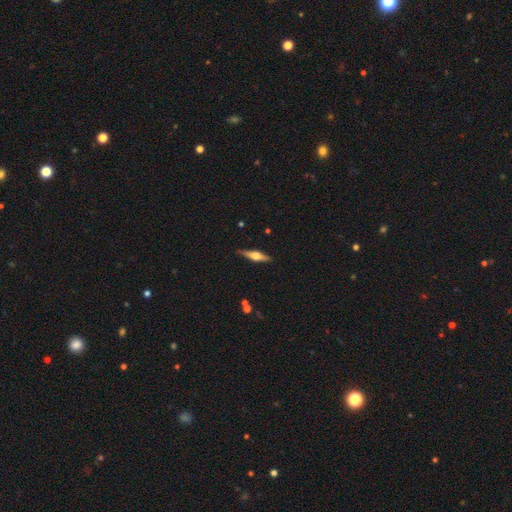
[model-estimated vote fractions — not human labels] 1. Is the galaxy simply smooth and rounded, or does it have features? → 66% featured or disk, 28% smooth, 6% star or artifact.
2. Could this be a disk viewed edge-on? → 96% yes, 4% no.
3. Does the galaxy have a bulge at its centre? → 91% rounded, 7% boxy, 2% none.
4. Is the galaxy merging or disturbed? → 88% none, 9% minor disturbance, 2% major disturbance, 1% merger.